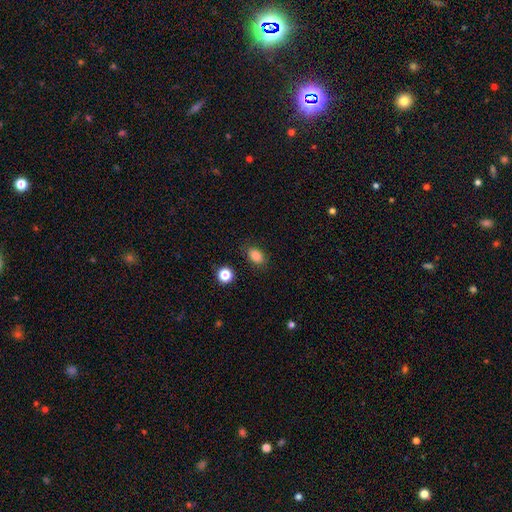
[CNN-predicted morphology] Smooth or featured? smooth (85%)
How rounded? in between (81%)
Merging? none (83%)